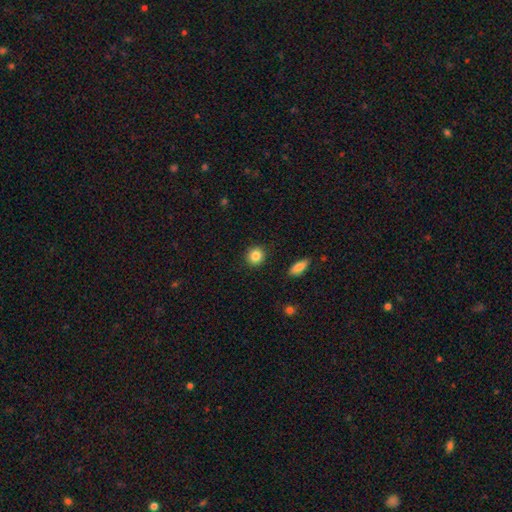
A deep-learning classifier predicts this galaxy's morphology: A smooth galaxy with no disk features (86%) that is round (85%).

Vote fractions:
- Smooth or featured? smooth: 86% / star or artifact: 9% / featured or disk: 5%
- How rounded? round: 85% / in between: 14% / cigar-shaped: 1%
- Merging? none: 90% / minor disturbance: 6% / major disturbance: 2% / merger: 2%